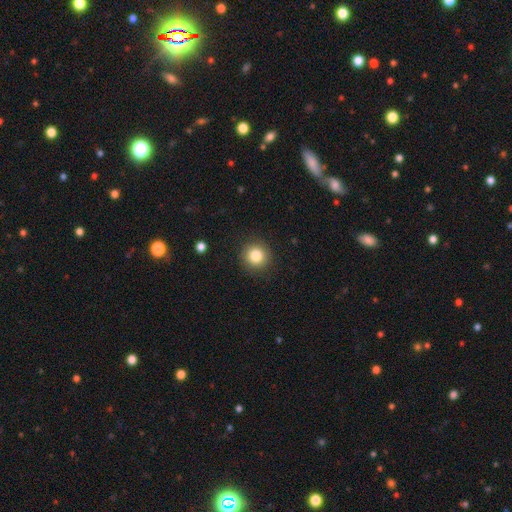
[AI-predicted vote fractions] The model was most divided on "smooth or featured": smooth: 83%, star or artifact: 11%, featured or disk: 7%. More confident: how rounded — round (94%); merging — none (90%).